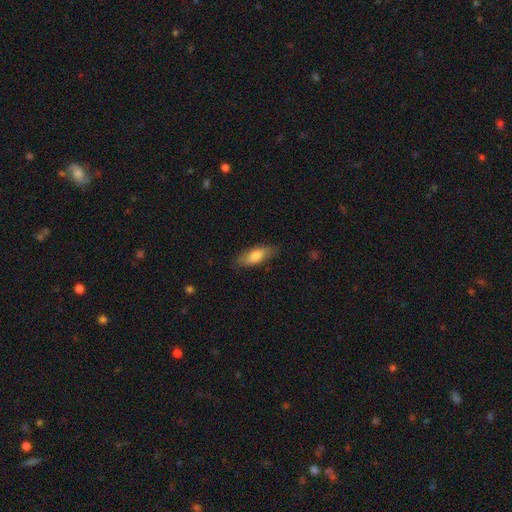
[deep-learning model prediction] Smooth or featured? Predicted: smooth (p=0.75). How rounded? Predicted: in between (p=0.74). Merging? Predicted: none (p=0.81).